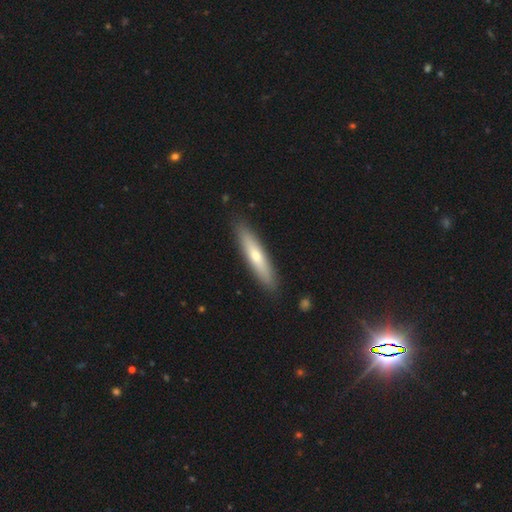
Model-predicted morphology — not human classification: Smooth or featured: smooth — 57% (featured or disk — 37%)
How rounded: cigar-shaped — 84% (in between — 15%)
Merging: none — 89% (minor disturbance — 8%)